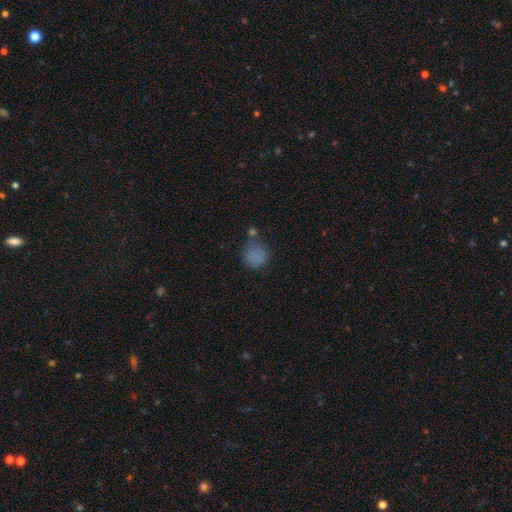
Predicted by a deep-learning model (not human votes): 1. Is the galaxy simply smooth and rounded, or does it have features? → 79% smooth, 14% star or artifact, 7% featured or disk.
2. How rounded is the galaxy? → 87% round, 12% in between, 1% cigar-shaped.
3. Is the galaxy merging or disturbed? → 64% none, 18% minor disturbance, 11% merger, 8% major disturbance.